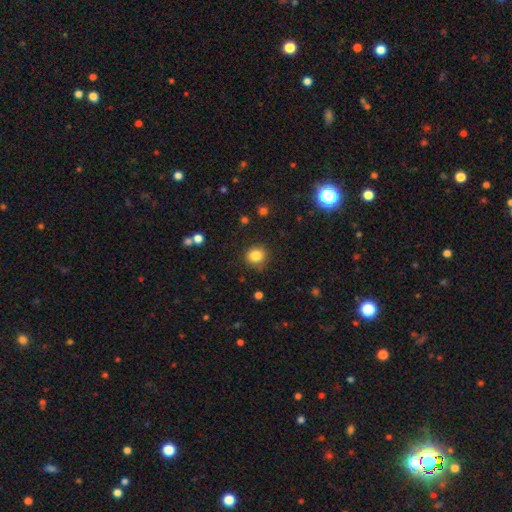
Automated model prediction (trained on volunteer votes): Smooth or featured? smooth (83%)
How rounded? round (87%)
Merging? none (86%)